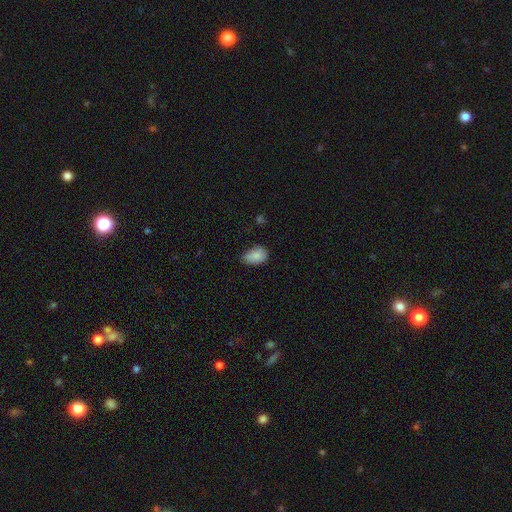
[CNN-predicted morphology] smooth 86%, star or artifact 8%, featured or disk 6%. Down the decision tree: how rounded — in between (87%); merging — none (55%).